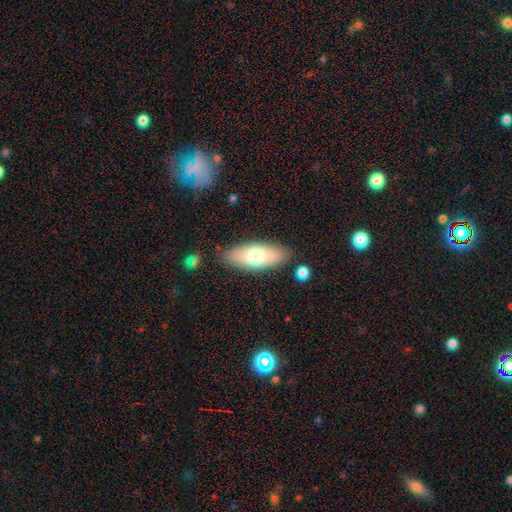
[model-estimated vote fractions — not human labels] Smooth or featured? smooth (66%)
How rounded? in between (79%)
Merging? none (84%)